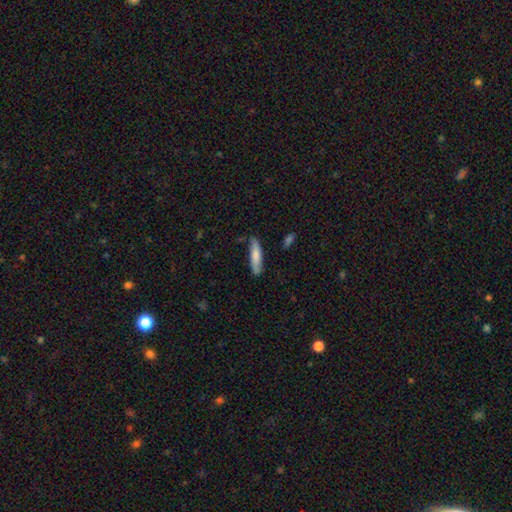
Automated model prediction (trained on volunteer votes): smooth_or_featured: smooth (p=0.77) [alt: featured or disk p=0.17]
how_rounded: cigar-shaped (p=0.74) [alt: in between p=0.24]
merging: none (p=0.76) [alt: minor disturbance p=0.18]